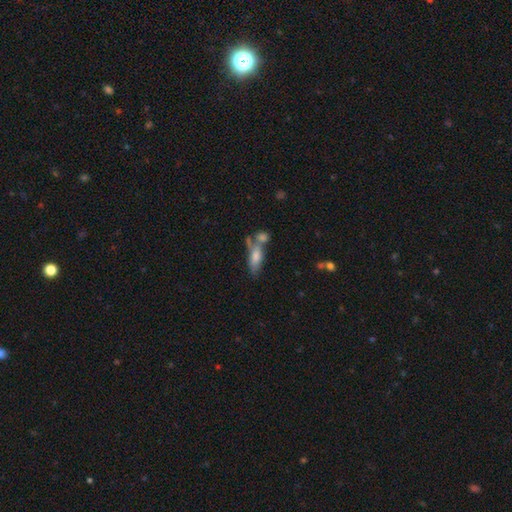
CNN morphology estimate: A smooth galaxy with no disk features (65%) that is in between round and cigar-shaped (62%). Merging: merger (39%, tied with none).